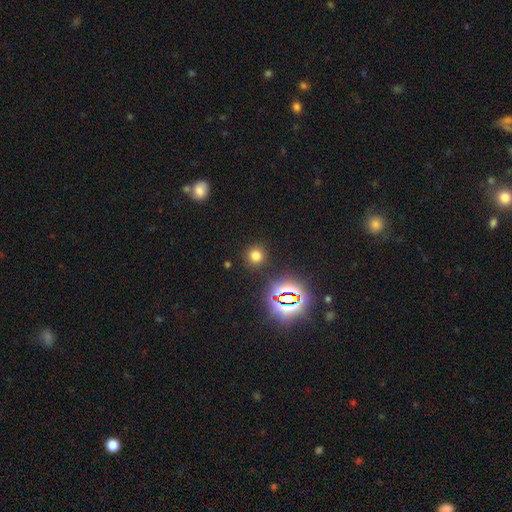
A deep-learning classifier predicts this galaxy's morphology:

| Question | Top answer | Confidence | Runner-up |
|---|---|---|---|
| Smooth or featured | smooth | 70% | star or artifact (24%) |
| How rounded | round | 92% | in between (7%) |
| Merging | none | 88% | minor disturbance (6%) |